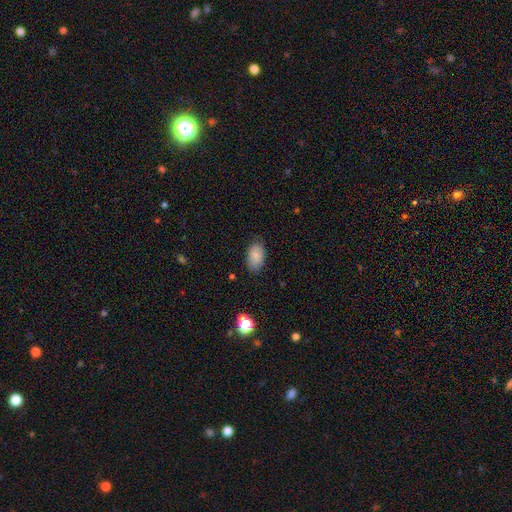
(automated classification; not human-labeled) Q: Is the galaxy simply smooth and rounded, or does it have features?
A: smooth — 86%.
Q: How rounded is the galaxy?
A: in between — 93%.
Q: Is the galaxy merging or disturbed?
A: none — 81%.